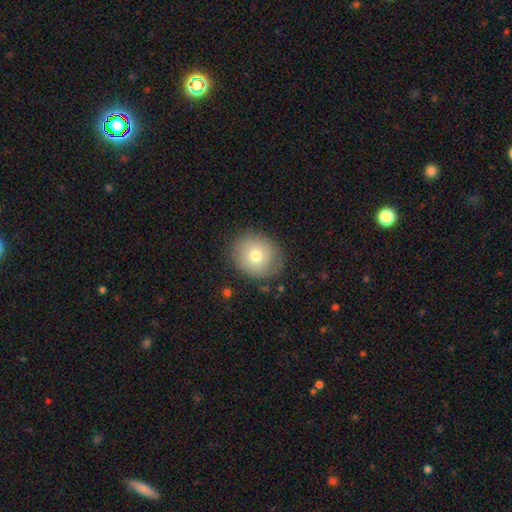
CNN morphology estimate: This is likely a smooth galaxy (71%). How rounded: clearly round (81%). Merging: likely none (79%).